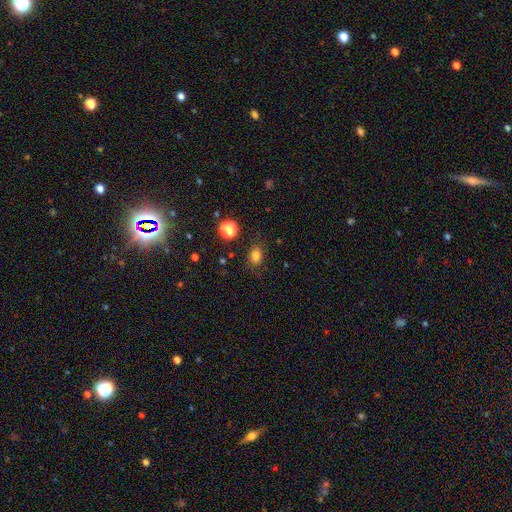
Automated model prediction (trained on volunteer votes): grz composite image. It shows a smooth galaxy with no disk features (80%) that is in between round and cigar-shaped (64%). Merging: none (77%).